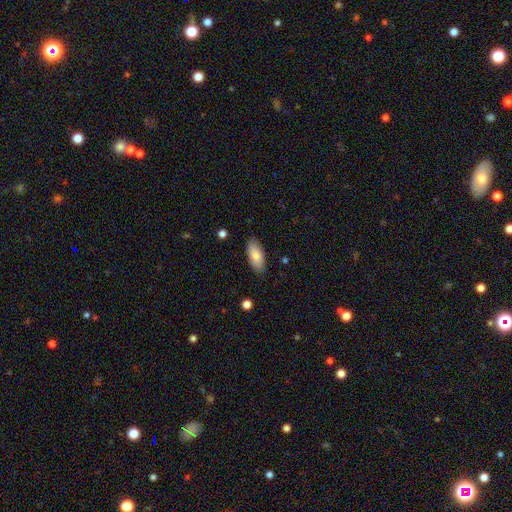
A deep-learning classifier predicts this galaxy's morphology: smooth 82%, featured or disk 12%, star or artifact 6%. Down the decision tree: how rounded — in between (89%); merging — none (87%).